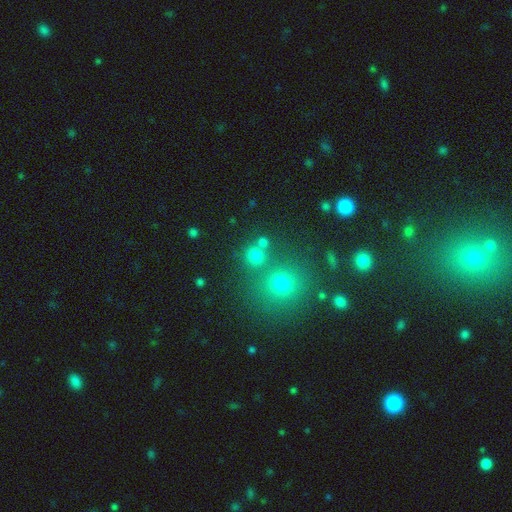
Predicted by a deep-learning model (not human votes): smooth_or_featured: smooth (p=0.75) [alt: star or artifact p=0.19]
how_rounded: round (p=0.89) [alt: in between p=0.10]
merging: none (p=0.70) [alt: merger p=0.19]